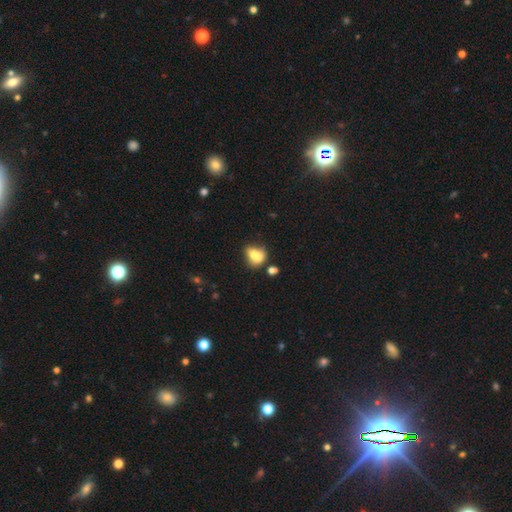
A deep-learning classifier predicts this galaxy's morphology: smooth 71%, featured or disk 18%, star or artifact 10%. Down the decision tree: how rounded — in between (66%); merging — merger (39%).